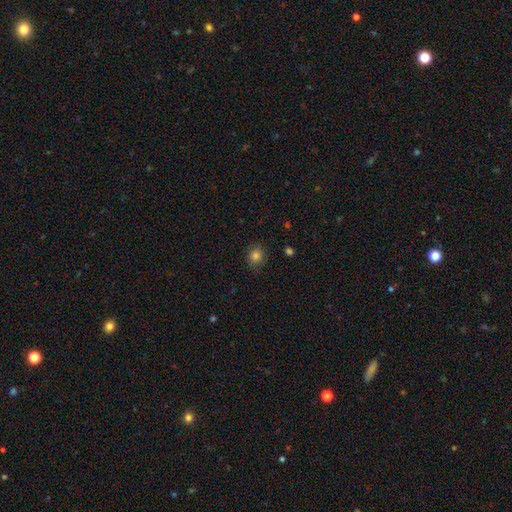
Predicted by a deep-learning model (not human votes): This appears to be a smooth galaxy with no disk features (83%) that is round (76%). Merging: none (85%).